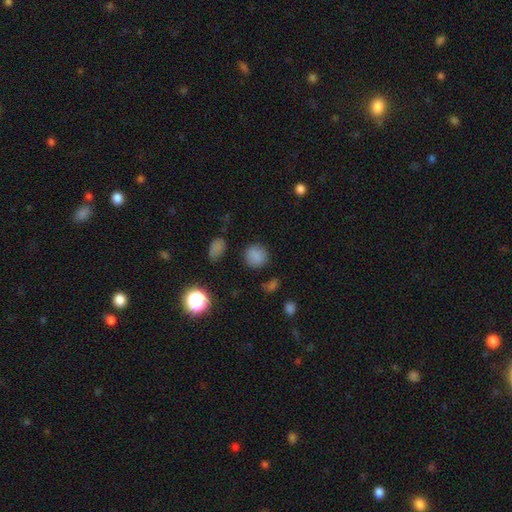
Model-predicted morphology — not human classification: The model was most divided on "smooth or featured": smooth: 80%, star or artifact: 14%, featured or disk: 5%. More confident: how rounded — round (89%); merging — none (84%).